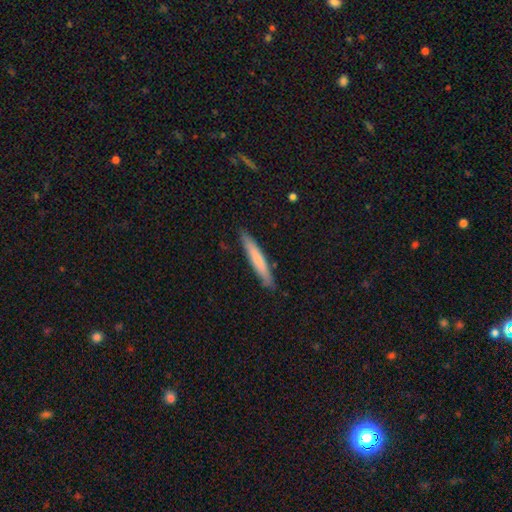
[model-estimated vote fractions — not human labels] A smooth galaxy with no disk features (65%) that is cigar-shaped (95%).

Vote fractions:
- Smooth or featured? smooth: 65% / featured or disk: 29% / star or artifact: 6%
- How rounded? cigar-shaped: 95% / in between: 4% / round: 1%
- Merging? none: 89% / minor disturbance: 8% / major disturbance: 1% / merger: 1%